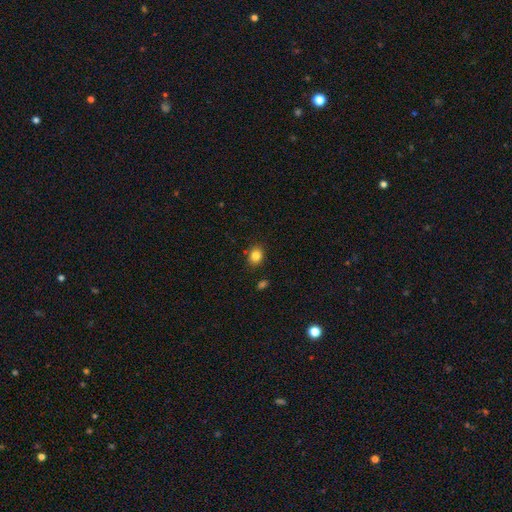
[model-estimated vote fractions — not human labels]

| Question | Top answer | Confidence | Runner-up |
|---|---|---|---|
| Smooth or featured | smooth | 83% | star or artifact (11%) |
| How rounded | round | 57% | in between (42%) |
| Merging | none | 86% | minor disturbance (10%) |